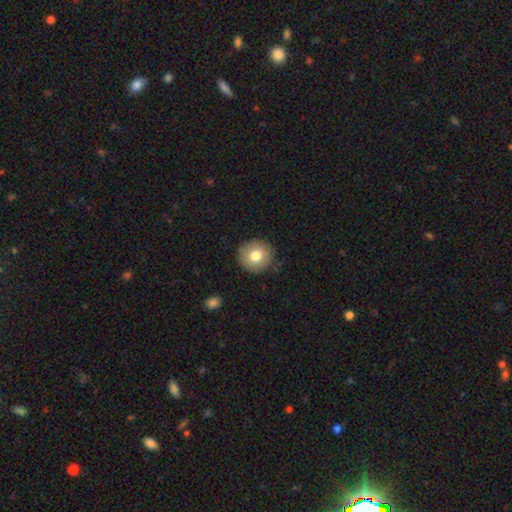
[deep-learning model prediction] This is likely a smooth galaxy (78%). How rounded: clearly round (92%). Merging: clearly none (89%).